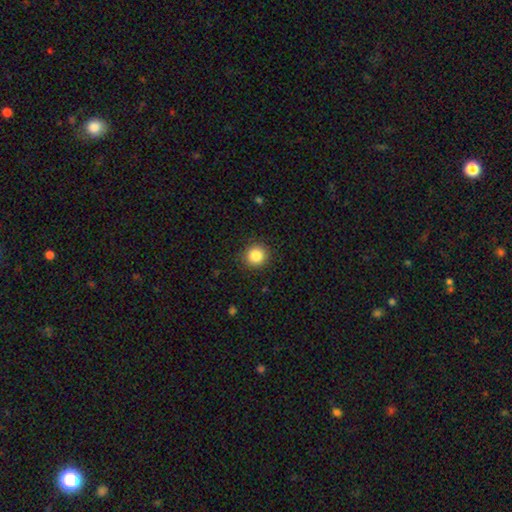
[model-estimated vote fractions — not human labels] The model was most divided on "smooth or featured": smooth: 86%, star or artifact: 10%, featured or disk: 4%. More confident: how rounded — round (92%); merging — none (90%).